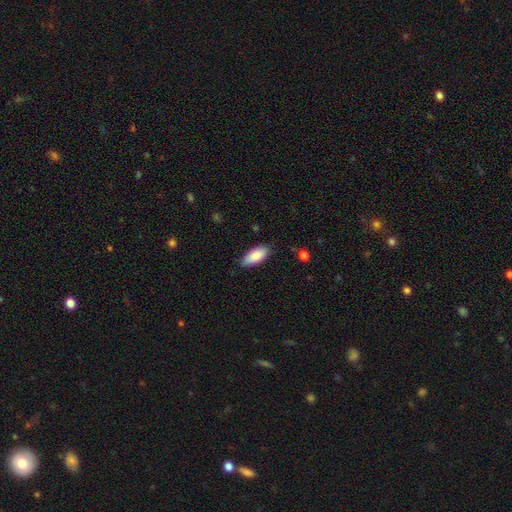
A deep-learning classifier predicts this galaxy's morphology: smooth_or_featured: smooth (p=0.85) [alt: featured or disk p=0.09]
how_rounded: in between (p=0.83) [alt: cigar-shaped p=0.15]
merging: none (p=0.84) [alt: minor disturbance p=0.13]